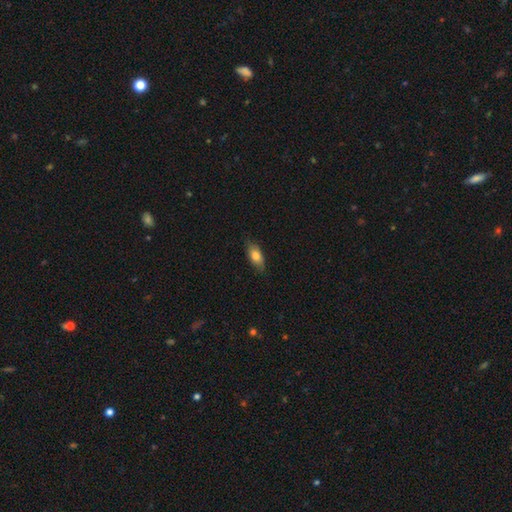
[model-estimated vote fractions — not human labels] Overall: smooth (77%). How rounded: in between (83%). Merging: none (81%).